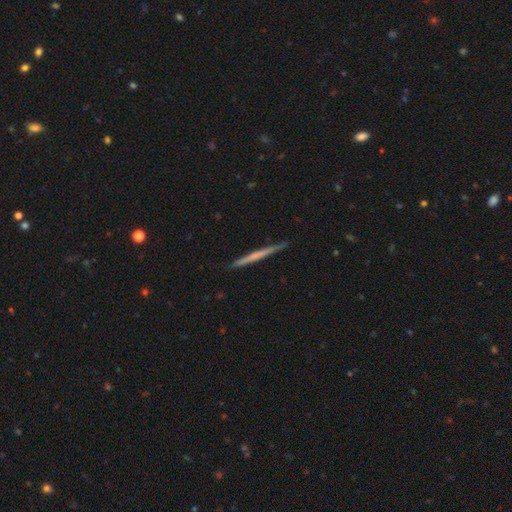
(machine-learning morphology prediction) featured or disk 51%, smooth 44%, star or artifact 5%. Down the decision tree: edge-on disk — yes (98%); merging — none (91%).